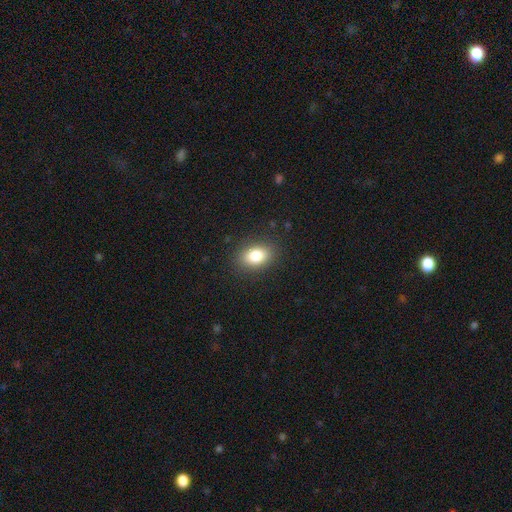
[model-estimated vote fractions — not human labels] smooth-or-featured: smooth: 81% | star or artifact: 9% | featured or disk: 9%
  how-rounded: in between: 81% | round: 18% | cigar-shaped: 2%
  merging: none: 86% | minor disturbance: 10% | major disturbance: 3% | merger: 1%